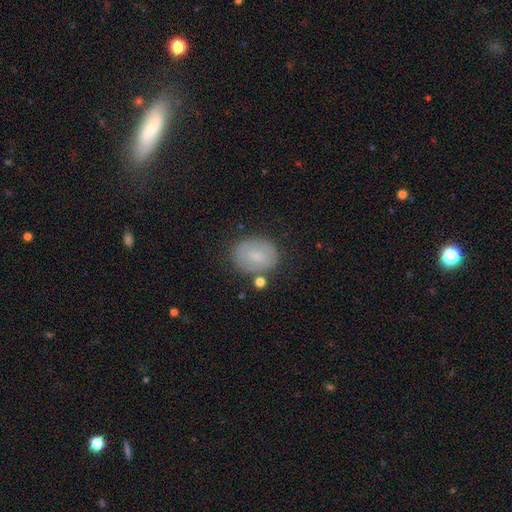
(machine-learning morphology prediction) smooth_or_featured: smooth (p=0.60) [alt: featured or disk p=0.29]
how_rounded: in between (p=0.51) [alt: round p=0.48]
merging: none (p=0.78) [alt: minor disturbance p=0.14]